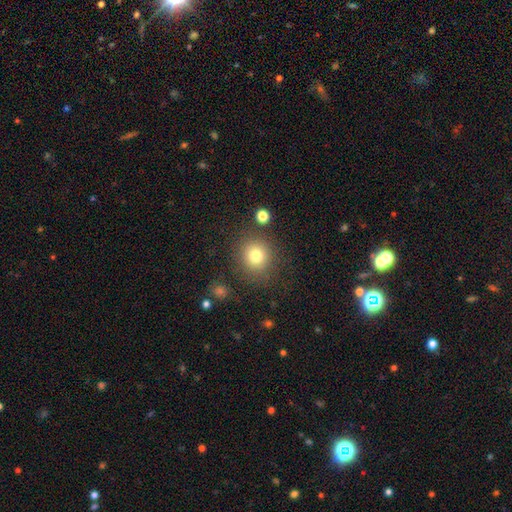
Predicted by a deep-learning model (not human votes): Smooth or featured? smooth (78%)
How rounded? round (87%)
Merging? none (81%)